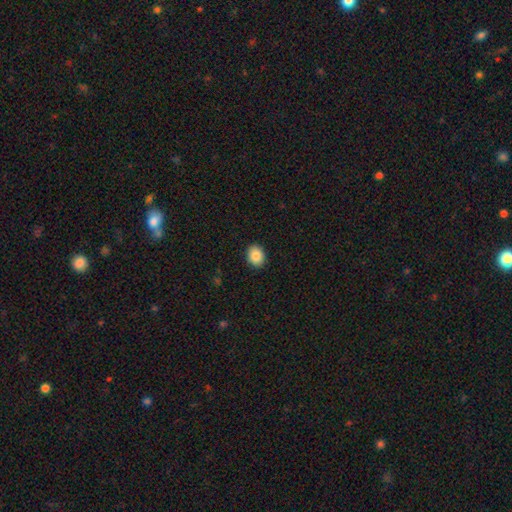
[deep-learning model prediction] Smooth or featured?
  - smooth: 87% *
  - star or artifact: 8%
  - featured or disk: 5%
How rounded?
  - in between: 53% *
  - round: 46%
  - cigar-shaped: 1%
Merging?
  - none: 91% *
  - minor disturbance: 7%
  - major disturbance: 2%
  - merger: 1%